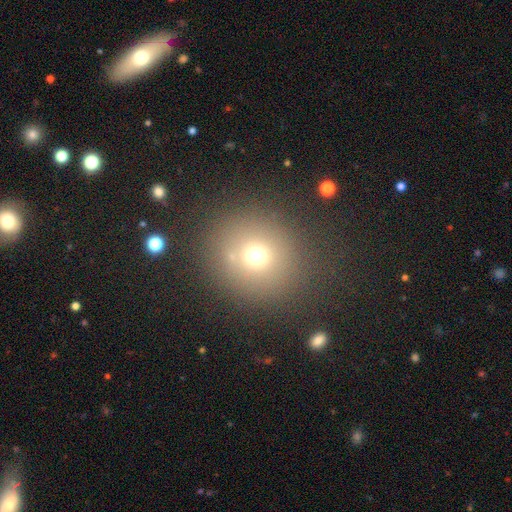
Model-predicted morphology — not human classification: The model was most divided on "smooth or featured": smooth: 69%, star or artifact: 20%, featured or disk: 12%. More confident: how rounded — round (87%); merging — none (81%).